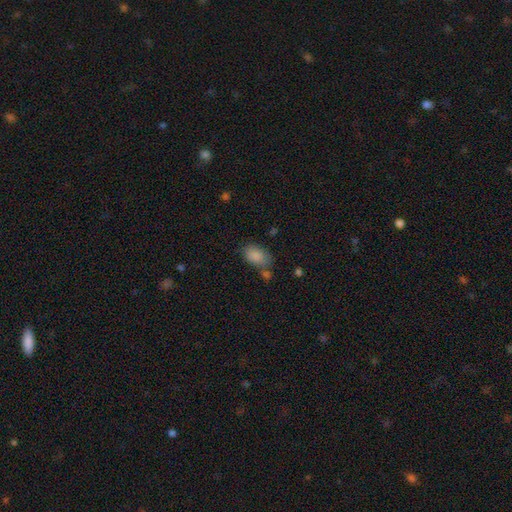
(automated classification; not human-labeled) Smooth or featured? smooth (86%)
How rounded? in between (89%)
Merging? none (62%)